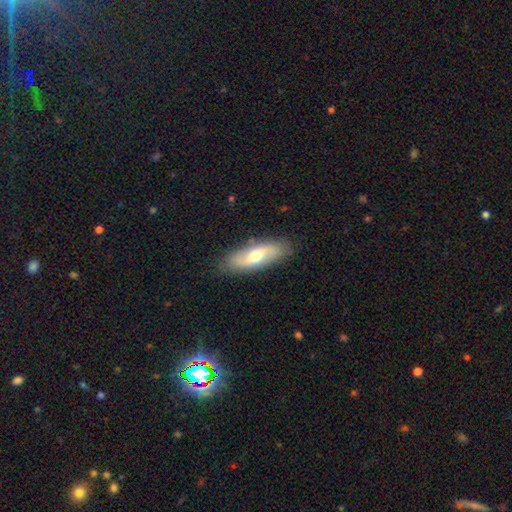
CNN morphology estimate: A featured or disk galaxy (47%, tied with smooth). Merging: none (84%).